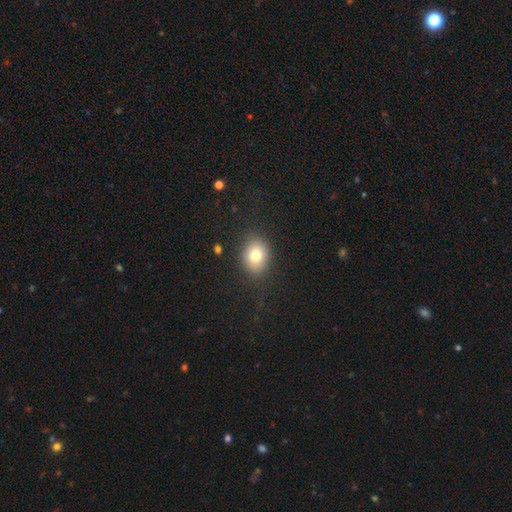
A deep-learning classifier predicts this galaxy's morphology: The model was most divided on "how rounded": in between: 52%, round: 47%, cigar-shaped: 1%. More confident: merging — none (83%); smooth or featured — smooth (79%).